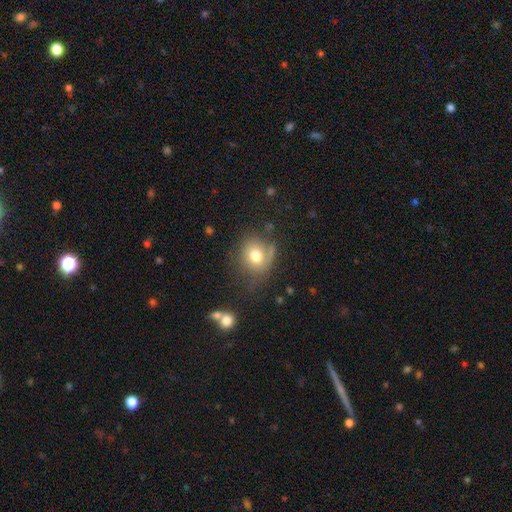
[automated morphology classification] Q: Smooth or featured?
A: smooth (74%); runner-up: featured or disk (15%)
Q: How rounded?
A: round (75%); runner-up: in between (24%)
Q: Merging?
A: none (60%); runner-up: minor disturbance (22%)